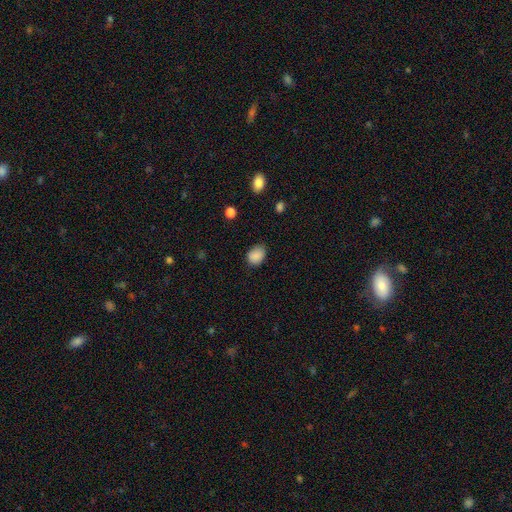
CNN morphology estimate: This appears to be a smooth galaxy with no disk features (87%) that is in between round and cigar-shaped (66%). Merging: none (69%).